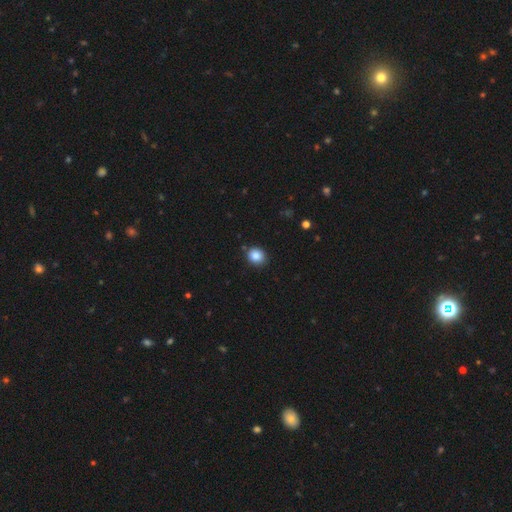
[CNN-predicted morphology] Smooth or featured: smooth — 86% (star or artifact — 10%)
How rounded: round — 75% (in between — 25%)
Merging: none — 86% (minor disturbance — 10%)